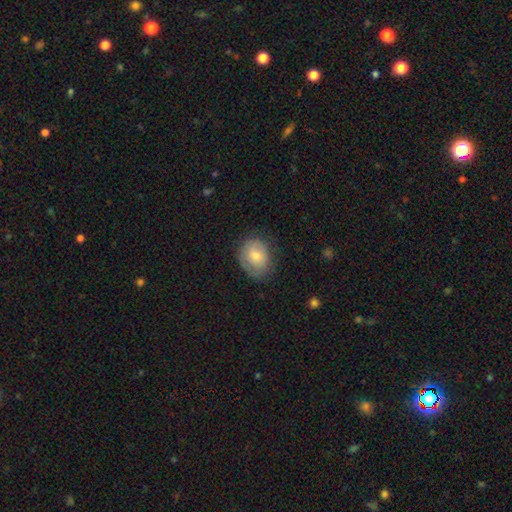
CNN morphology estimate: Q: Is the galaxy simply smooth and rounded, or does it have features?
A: smooth — 66%.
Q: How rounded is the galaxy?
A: in between — 53%.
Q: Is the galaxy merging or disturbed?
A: none — 67%.